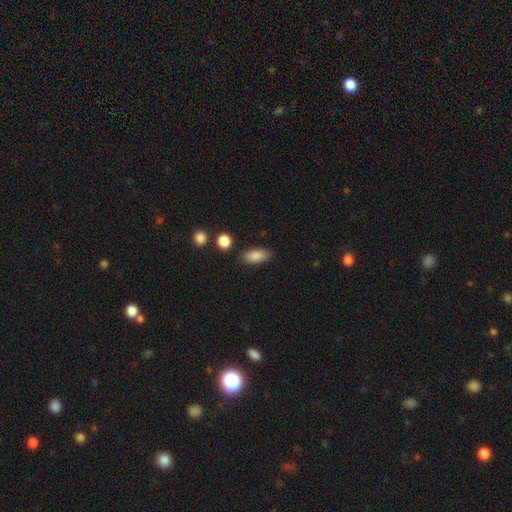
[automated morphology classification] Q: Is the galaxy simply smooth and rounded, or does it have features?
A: smooth — 87%.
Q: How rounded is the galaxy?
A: in between — 87%.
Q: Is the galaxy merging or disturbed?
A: none — 84%.